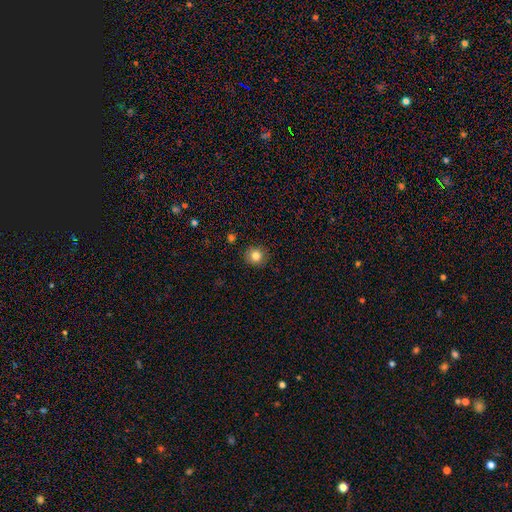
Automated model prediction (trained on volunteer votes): Q: Smooth or featured?
A: smooth (82%); runner-up: star or artifact (11%)
Q: How rounded?
A: round (90%); runner-up: in between (9%)
Q: Merging?
A: none (90%); runner-up: minor disturbance (7%)